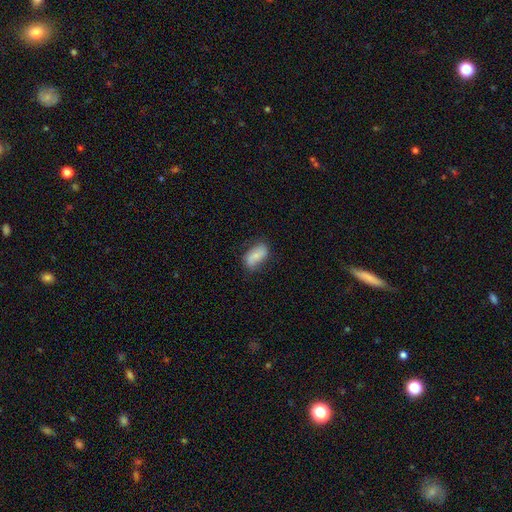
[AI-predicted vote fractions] smooth-or-featured: smooth: 64% | featured or disk: 28% | star or artifact: 7%
  how-rounded: in between: 91% | round: 5% | cigar-shaped: 4%
  merging: none: 67% | minor disturbance: 25% | major disturbance: 7% | merger: 2%